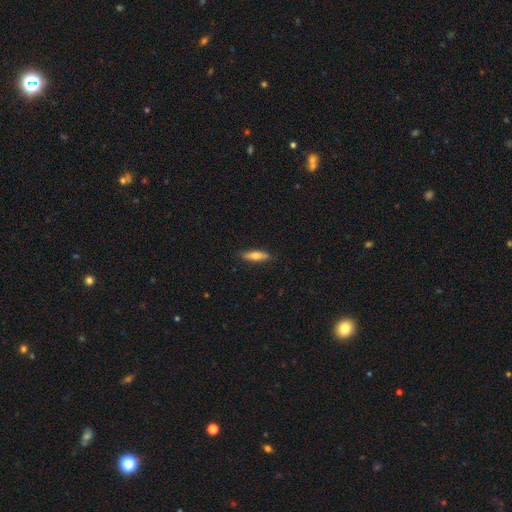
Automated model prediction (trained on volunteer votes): Smooth or featured?
  - smooth: 63% *
  - featured or disk: 31%
  - star or artifact: 6%
How rounded?
  - cigar-shaped: 68% *
  - in between: 30%
  - round: 2%
Merging?
  - none: 86% *
  - minor disturbance: 11%
  - major disturbance: 2%
  - merger: 1%